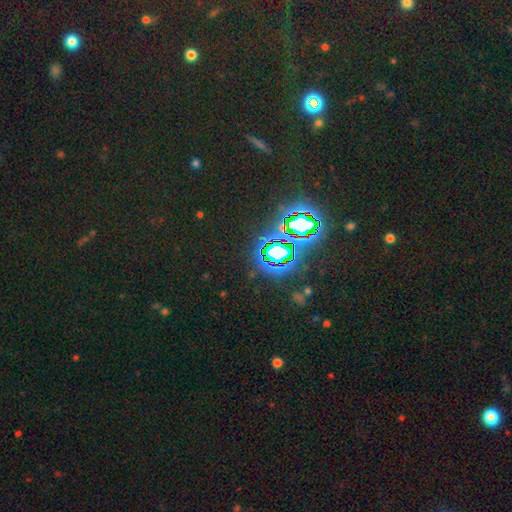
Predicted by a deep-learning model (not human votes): Q: Smooth or featured?
A: star or artifact (78%); runner-up: smooth (15%)